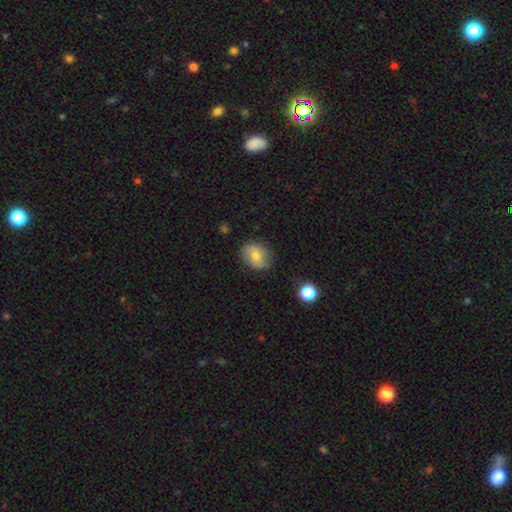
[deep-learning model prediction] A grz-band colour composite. It shows a smooth galaxy with no disk features (69%) that is in between round and cigar-shaped (54%). Merging: none (78%).